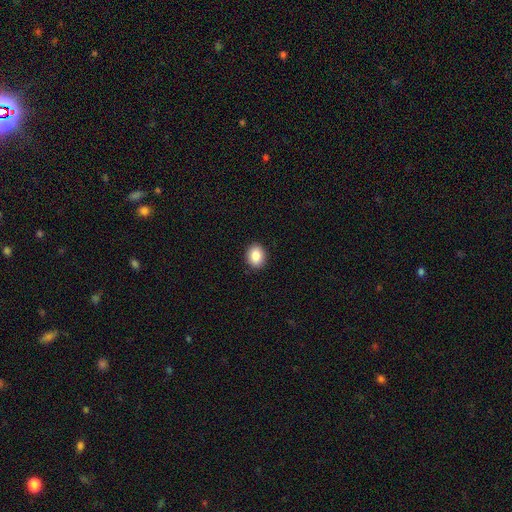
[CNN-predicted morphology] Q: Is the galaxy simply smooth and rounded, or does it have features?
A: smooth — 87%.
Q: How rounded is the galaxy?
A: in between — 50%.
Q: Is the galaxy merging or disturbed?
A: none — 91%.